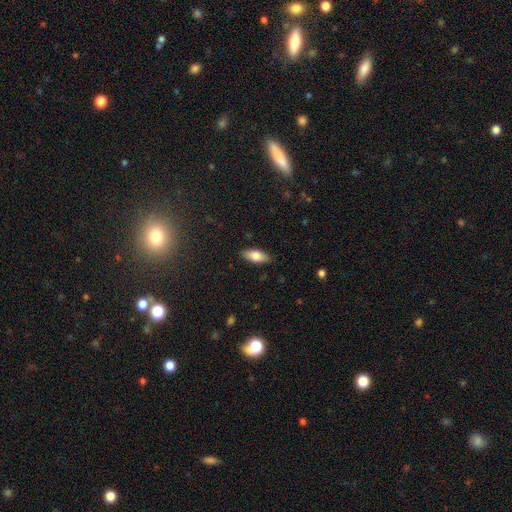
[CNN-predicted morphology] Overall: smooth (78%). How rounded: in between (82%). Merging: none (88%).